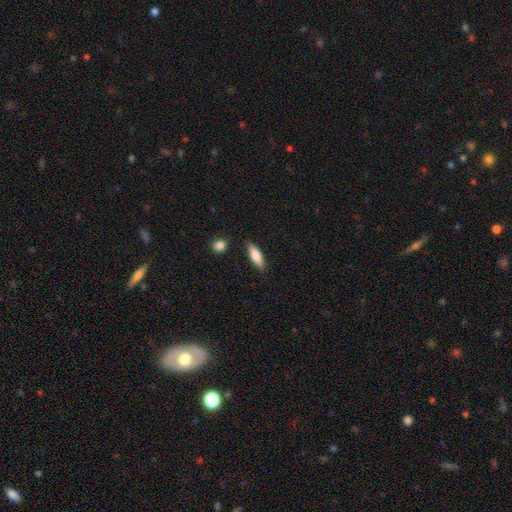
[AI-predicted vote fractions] Morphology: type=smooth (79%); roundness=cigar-shaped (51%); merging=none (85%).